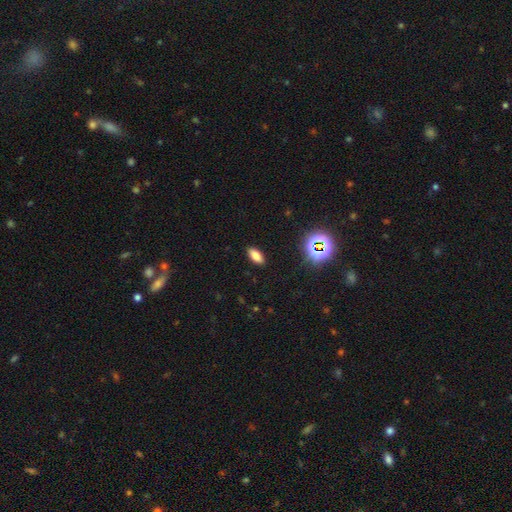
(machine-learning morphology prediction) smooth 76%, star or artifact 15%, featured or disk 9%. Down the decision tree: how rounded — in between (84%); merging — none (89%).